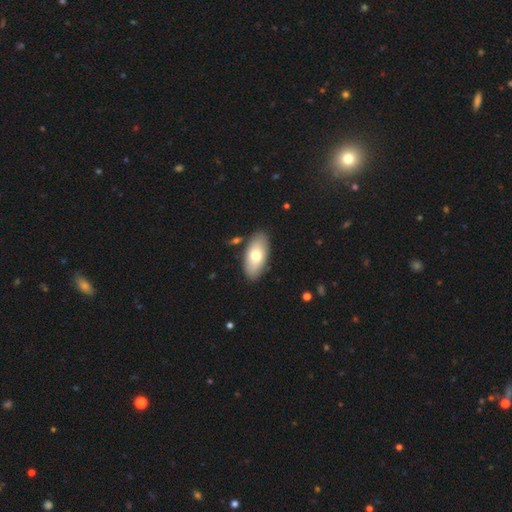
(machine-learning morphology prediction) smooth_or_featured: smooth (p=0.70) [alt: featured or disk p=0.24]
how_rounded: in between (p=0.92) [alt: cigar-shaped p=0.05]
merging: none (p=0.84) [alt: minor disturbance p=0.10]